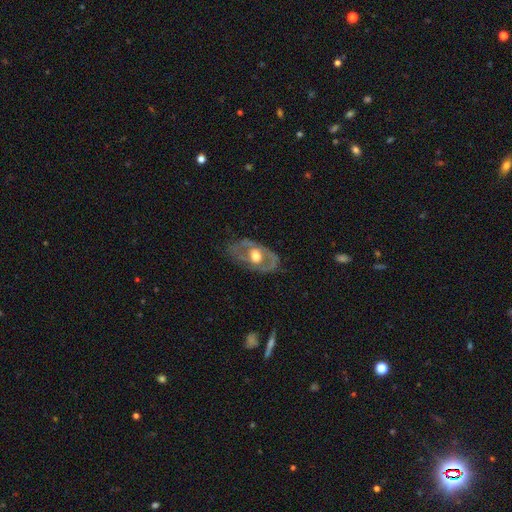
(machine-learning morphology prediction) Smooth or featured?
  - featured or disk: 69% *
  - smooth: 26%
  - star or artifact: 5%
Edge-on disk?
  - no: 89% *
  - yes: 11%
Bar?
  - no: 77% *
  - weak: 18%
  - strong: 5%
Spiral arms?
  - no: 59% *
  - yes: 41%
Bulge size?
  - moderate: 60% *
  - large: 33%
  - small: 4%
  - dominant: 2%
  - none: 1%
Merging?
  - none: 67% *
  - minor disturbance: 22%
  - major disturbance: 10%
  - merger: 1%